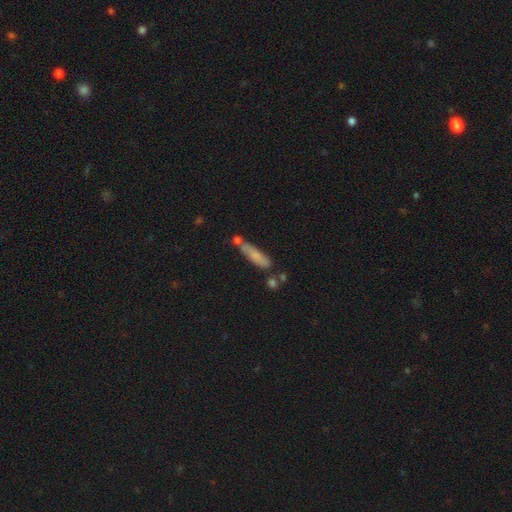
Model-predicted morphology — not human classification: Smooth or featured? smooth (75%)
How rounded? cigar-shaped (74%)
Merging? none (62%)